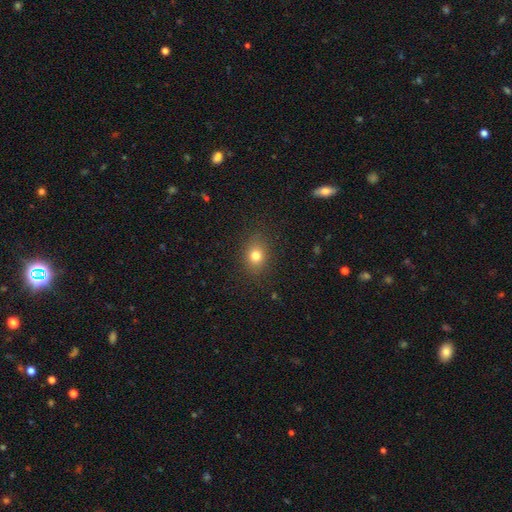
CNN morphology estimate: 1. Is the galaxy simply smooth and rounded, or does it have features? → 78% smooth, 14% star or artifact, 9% featured or disk.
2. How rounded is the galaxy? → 56% round, 43% in between, 1% cigar-shaped.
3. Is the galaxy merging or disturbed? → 87% none, 9% minor disturbance, 3% major disturbance, 1% merger.